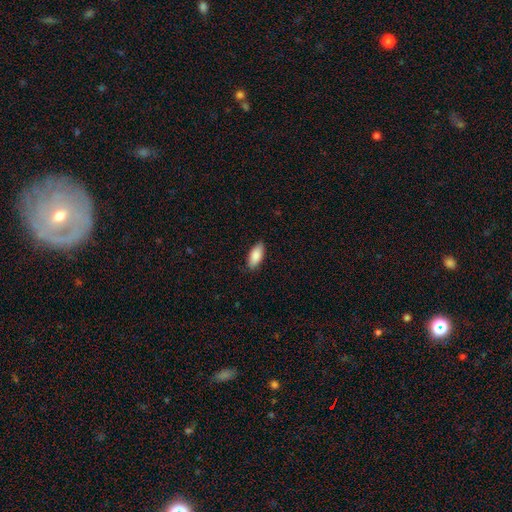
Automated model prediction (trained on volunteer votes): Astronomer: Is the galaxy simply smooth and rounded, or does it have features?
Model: smooth — 87%.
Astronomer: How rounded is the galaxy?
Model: in between — 89%.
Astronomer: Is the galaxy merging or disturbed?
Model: none — 83%.